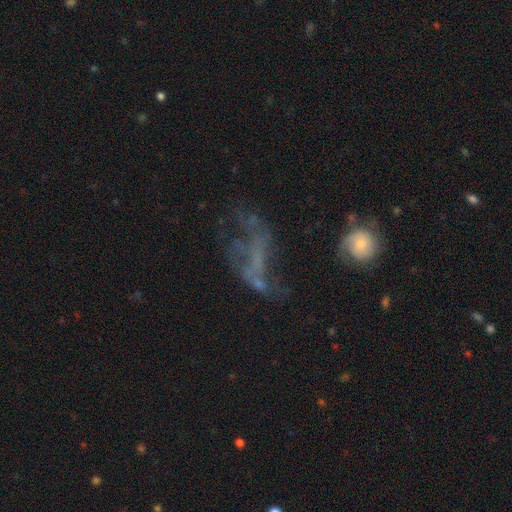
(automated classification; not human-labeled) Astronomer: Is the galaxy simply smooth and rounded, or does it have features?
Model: featured or disk — 51% (runner-up: star or artifact, 28%).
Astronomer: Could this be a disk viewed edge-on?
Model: no — 93%.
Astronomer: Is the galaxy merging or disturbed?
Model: major disturbance — 40% (runner-up: none, 34%).